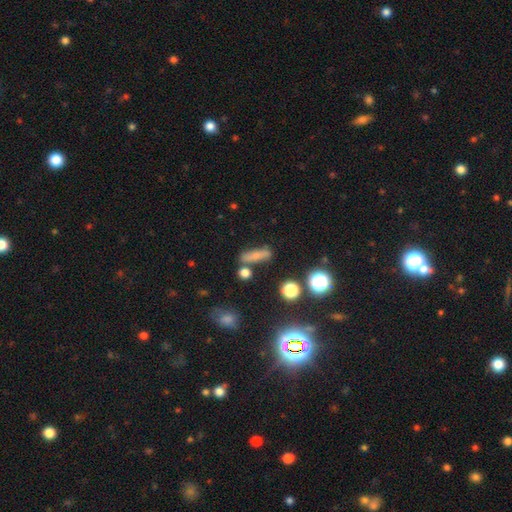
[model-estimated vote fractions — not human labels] Smooth or featured?
  - smooth: 66% *
  - featured or disk: 19%
  - star or artifact: 15%
How rounded?
  - cigar-shaped: 66% *
  - in between: 25%
  - round: 9%
Merging?
  - none: 69% *
  - minor disturbance: 16%
  - merger: 9%
  - major disturbance: 6%